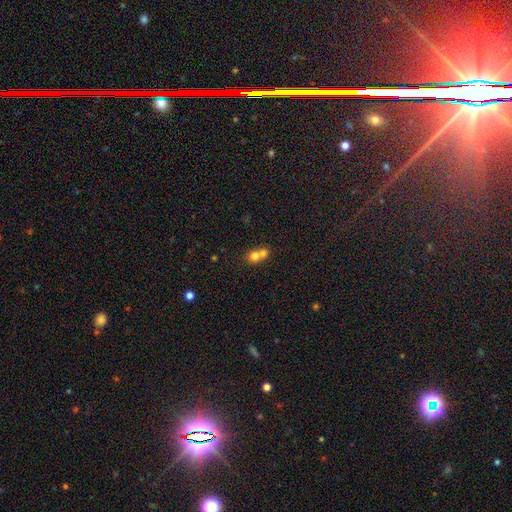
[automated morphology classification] A smooth galaxy with no disk features (75%) that is round (74%). Merging: merger (68%).